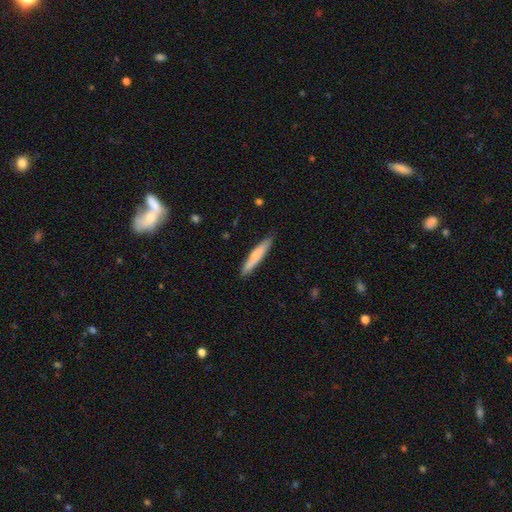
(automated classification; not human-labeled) A smooth galaxy with no disk features (66%) that is cigar-shaped (91%).

Vote fractions:
- Smooth or featured? smooth: 66% / featured or disk: 28% / star or artifact: 5%
- How rounded? cigar-shaped: 91% / in between: 8% / round: 1%
- Merging? none: 87% / minor disturbance: 10% / major disturbance: 2% / merger: 1%